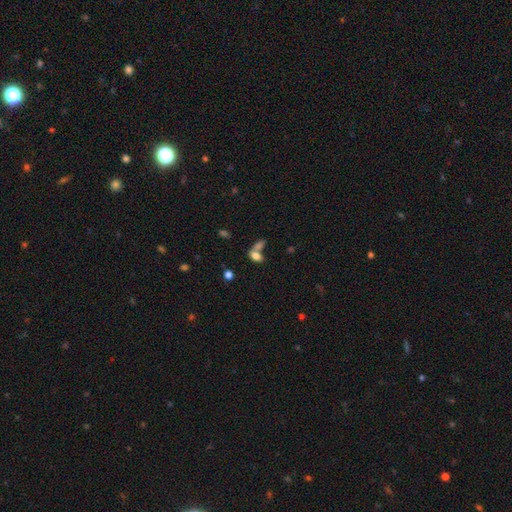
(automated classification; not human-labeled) smooth 77%, featured or disk 12%, star or artifact 11%. Down the decision tree: how rounded — in between (85%); merging — merger (51%).